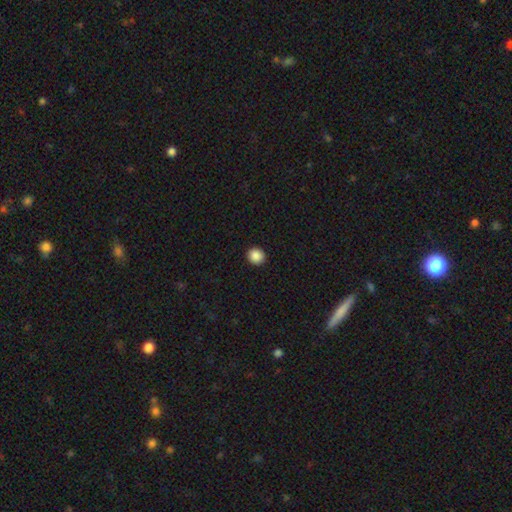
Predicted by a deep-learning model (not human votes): Smooth or featured? smooth (89%)
How rounded? round (89%)
Merging? none (93%)